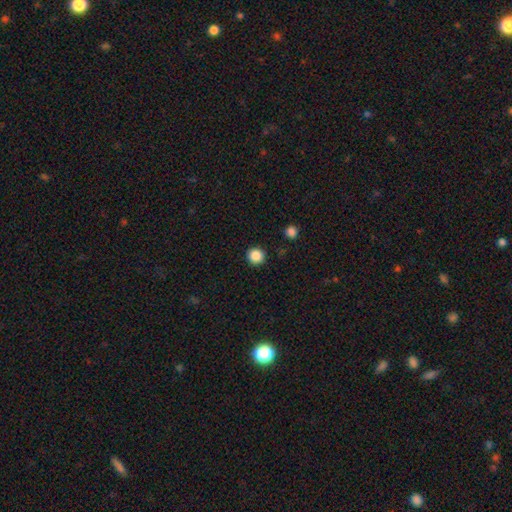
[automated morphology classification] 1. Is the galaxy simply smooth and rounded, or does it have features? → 87% smooth, 11% star or artifact, 3% featured or disk.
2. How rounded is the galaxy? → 95% round, 4% in between, 1% cigar-shaped.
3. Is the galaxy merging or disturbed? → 92% none, 5% minor disturbance, 2% major disturbance, 1% merger.